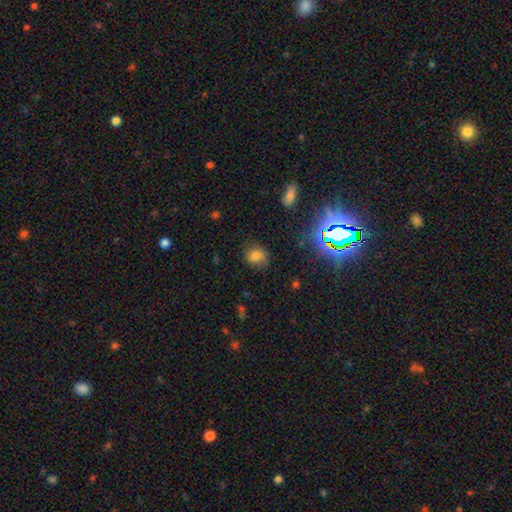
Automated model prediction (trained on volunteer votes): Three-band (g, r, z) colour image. It shows a smooth galaxy with no disk features (71%) that is round (66%). Merging: none (74%).